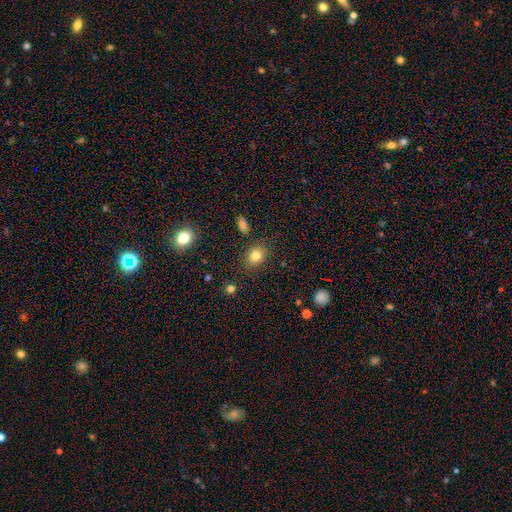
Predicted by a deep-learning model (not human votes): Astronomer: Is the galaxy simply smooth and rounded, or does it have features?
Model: smooth — 80%.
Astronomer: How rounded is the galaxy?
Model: in between — 53% (runner-up: round, 46%).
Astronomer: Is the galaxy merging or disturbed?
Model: none — 85%.